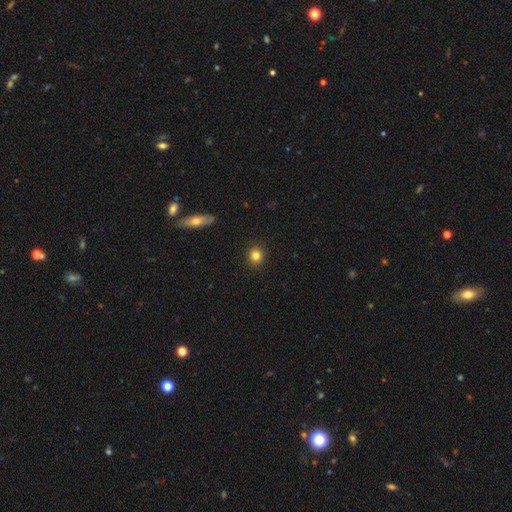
Q: Smooth or featured?
A: smooth (87%); runner-up: star or artifact (10%)
Q: How rounded?
A: round (85%); runner-up: in between (12%)
Q: Merging?
A: none (91%); runner-up: minor disturbance (3%)